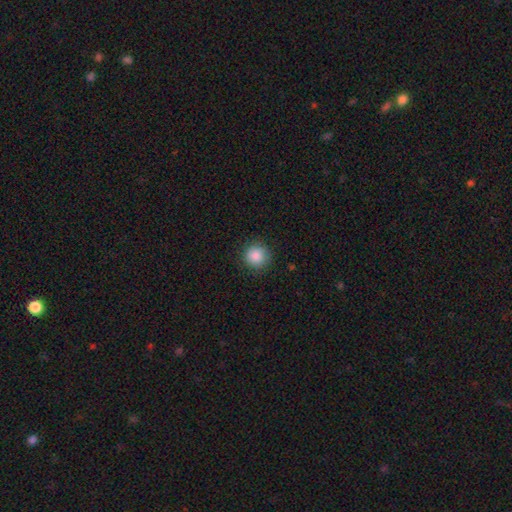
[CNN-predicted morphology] Smooth or featured?
  - smooth: 88% *
  - star or artifact: 9%
  - featured or disk: 4%
How rounded?
  - round: 94% *
  - in between: 5%
  - cigar-shaped: 1%
Merging?
  - none: 89% *
  - minor disturbance: 8%
  - major disturbance: 2%
  - merger: 1%